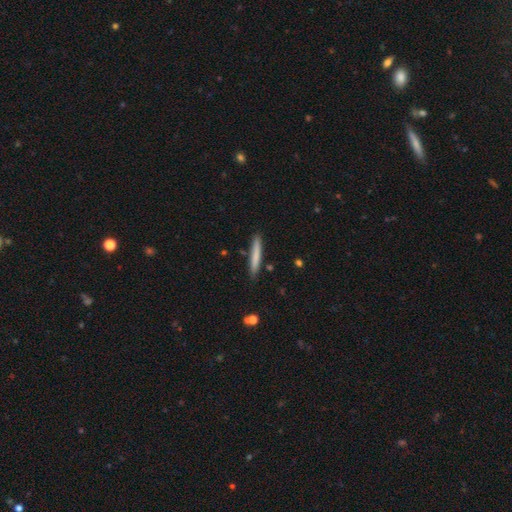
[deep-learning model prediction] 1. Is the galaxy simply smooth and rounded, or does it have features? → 75% smooth, 19% featured or disk, 6% star or artifact.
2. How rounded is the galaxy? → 95% cigar-shaped, 4% in between, 1% round.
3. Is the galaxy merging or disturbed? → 87% none, 9% minor disturbance, 2% merger, 2% major disturbance.